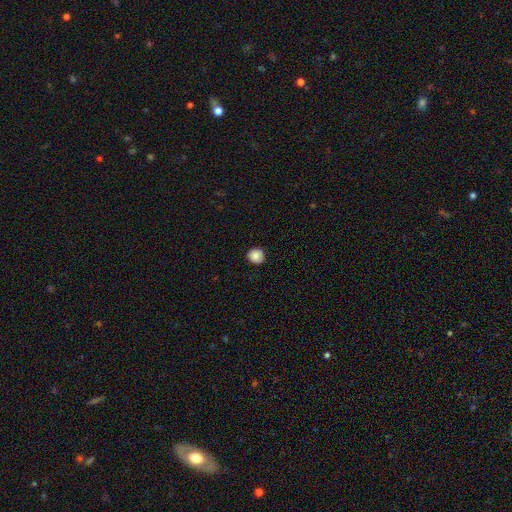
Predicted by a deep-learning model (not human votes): Smooth or featured?
  - smooth: 87% *
  - star or artifact: 9%
  - featured or disk: 3%
How rounded?
  - round: 91% *
  - in between: 8%
  - cigar-shaped: 1%
Merging?
  - none: 89% *
  - minor disturbance: 8%
  - major disturbance: 2%
  - merger: 1%